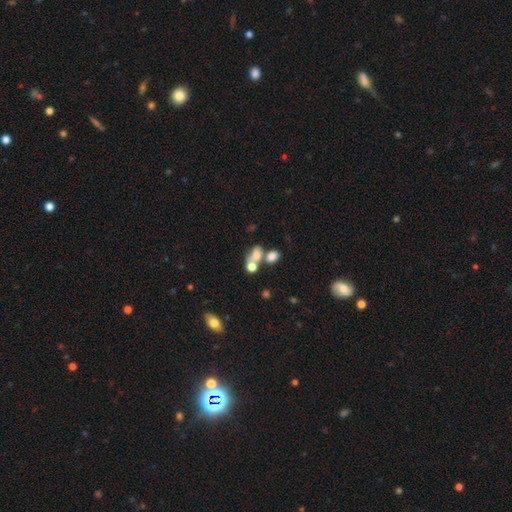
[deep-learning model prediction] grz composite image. It shows a smooth galaxy with no disk features (67%) that is in between round and cigar-shaped (64%). Merging: merger (56%).